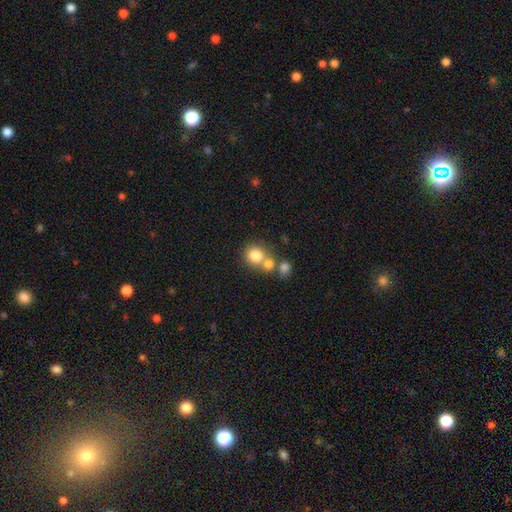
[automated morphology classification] Smooth or featured?
  - smooth: 79% *
  - star or artifact: 11%
  - featured or disk: 11%
How rounded?
  - round: 84% *
  - in between: 15%
  - cigar-shaped: 1%
Merging?
  - none: 48% *
  - merger: 41%
  - minor disturbance: 7%
  - major disturbance: 4%